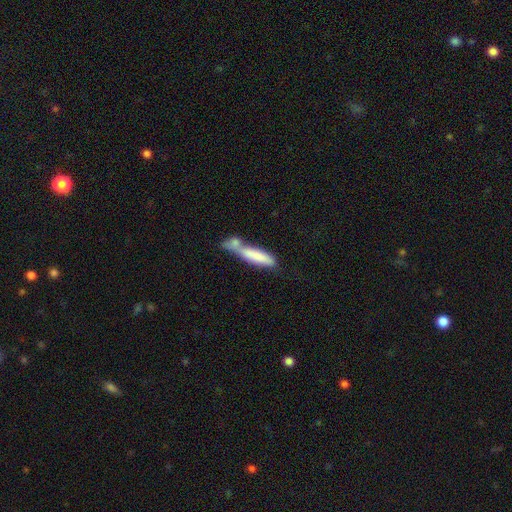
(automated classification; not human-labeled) A smooth galaxy with no disk features (76%) that is cigar-shaped (75%).

Vote fractions:
- Smooth or featured? smooth: 76% / featured or disk: 18% / star or artifact: 6%
- How rounded? cigar-shaped: 75% / in between: 23% / round: 2%
- Merging? merger: 51% / none: 26% / minor disturbance: 15% / major disturbance: 8%